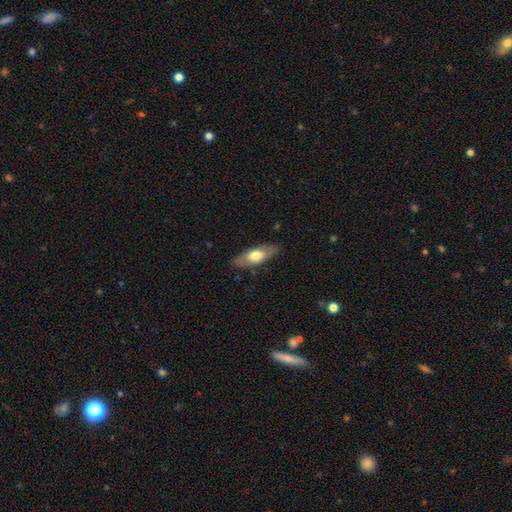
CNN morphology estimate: smooth 58%, featured or disk 36%, star or artifact 5%. Down the decision tree: how rounded — in between (71%); merging — none (84%).